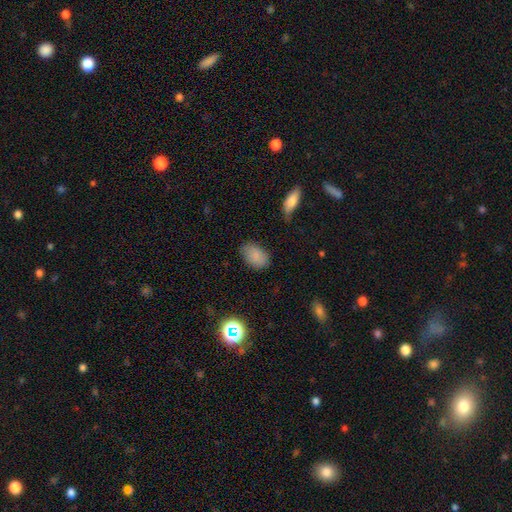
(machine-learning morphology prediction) smooth 85%, star or artifact 9%, featured or disk 6%. Down the decision tree: how rounded — in between (90%); merging — none (79%).